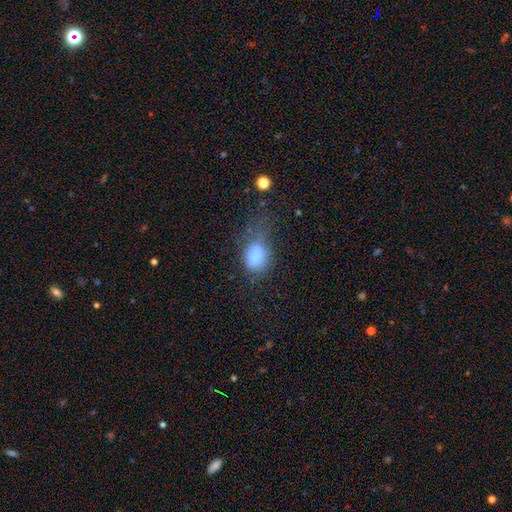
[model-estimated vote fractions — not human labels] This is likely a smooth galaxy (78%). How rounded: likely in between (74%). Merging: marginally major disturbance (33%).